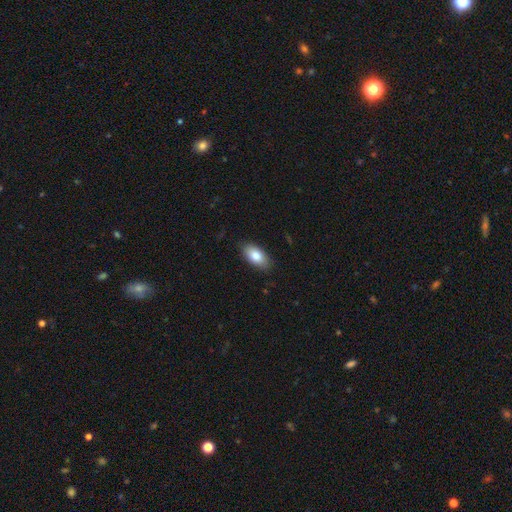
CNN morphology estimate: Overall: smooth (83%). How rounded: in between (93%). Merging: none (86%).